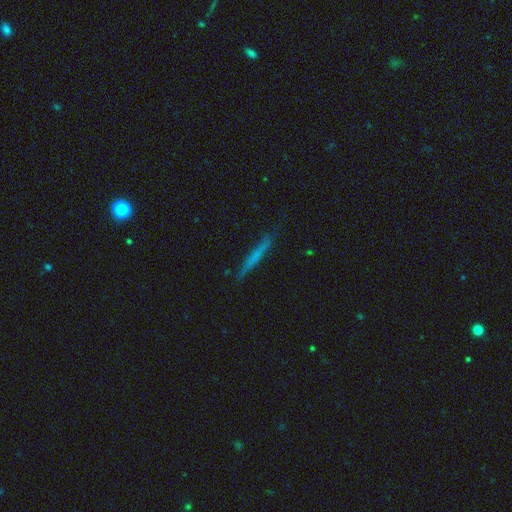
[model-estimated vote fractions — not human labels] The model was most divided on "smooth or featured": smooth: 55%, featured or disk: 37%, star or artifact: 7%. More confident: how rounded — cigar-shaped (96%); merging — none (87%).